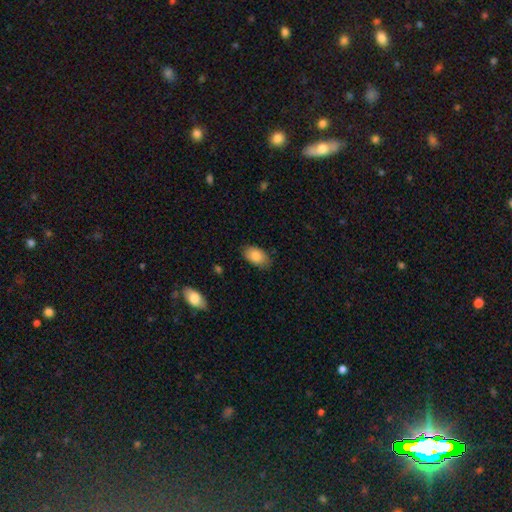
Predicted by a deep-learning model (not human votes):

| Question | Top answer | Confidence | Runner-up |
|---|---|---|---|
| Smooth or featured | smooth | 84% | featured or disk (9%) |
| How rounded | in between | 92% | round (6%) |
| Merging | none | 80% | minor disturbance (16%) |